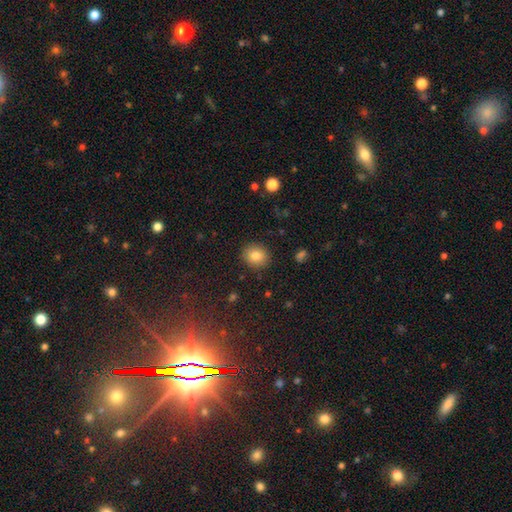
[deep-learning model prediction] A smooth galaxy with no disk features (82%) that is round (79%). Merging: none (90%).